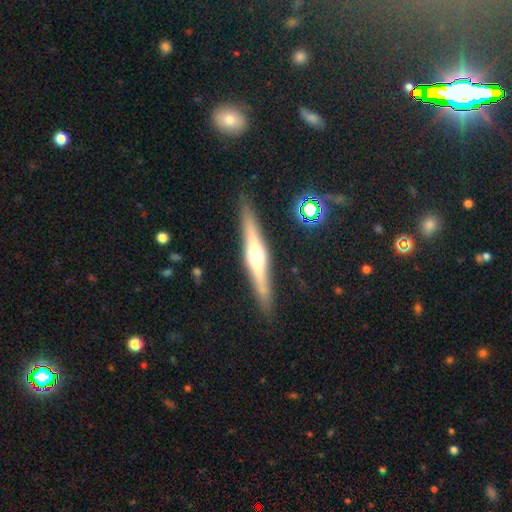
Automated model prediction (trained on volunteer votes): Smooth or featured? Predicted: featured or disk (p=0.70). Edge-on disk? Predicted: yes (p=0.97). Edge-on bulge? Predicted: rounded (p=0.91). Merging? Predicted: none (p=0.89).